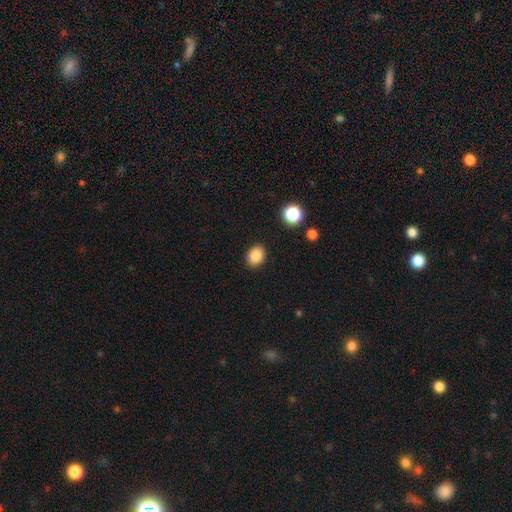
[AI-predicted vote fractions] smooth-or-featured: smooth: 85% | star or artifact: 10% | featured or disk: 5%
  how-rounded: round: 54% | in between: 45% | cigar-shaped: 1%
  merging: none: 87% | minor disturbance: 9% | major disturbance: 2% | merger: 2%